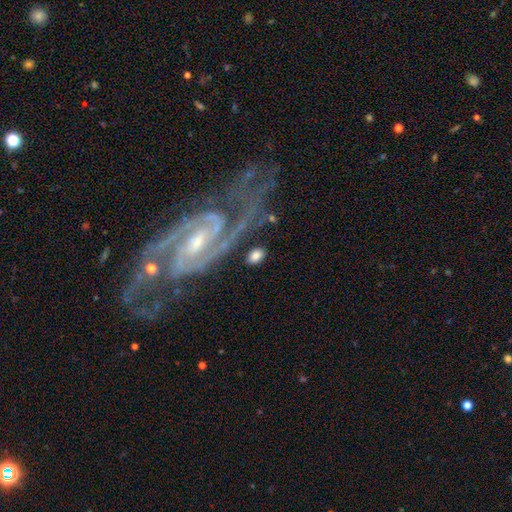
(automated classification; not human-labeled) Morphology: type=smooth (69%); roundness=in between (84%); merging=none (74%).